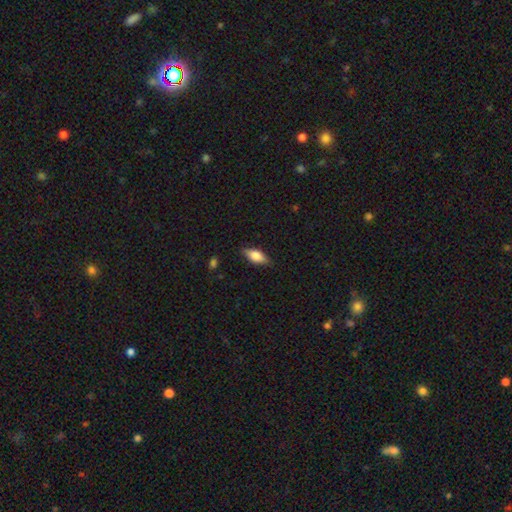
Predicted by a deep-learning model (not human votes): smooth 65%, featured or disk 27%, star or artifact 7%. Down the decision tree: how rounded — in between (78%); merging — none (83%).